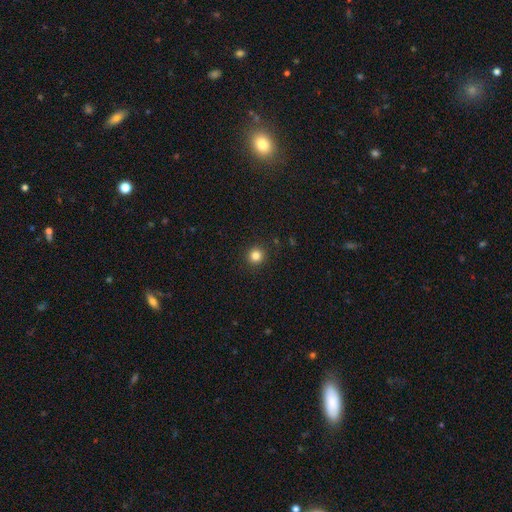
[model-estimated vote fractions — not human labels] Smooth or featured? Predicted: smooth (p=0.83). How rounded? Predicted: round (p=0.94). Merging? Predicted: none (p=0.92).